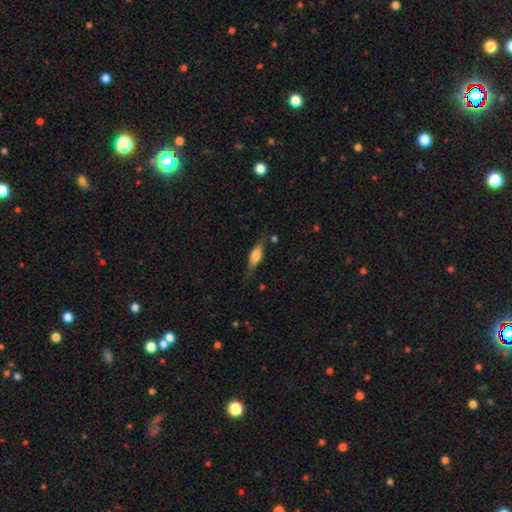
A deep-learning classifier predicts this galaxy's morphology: type=smooth (60%); roundness=in between (61%); merging=none (68%).